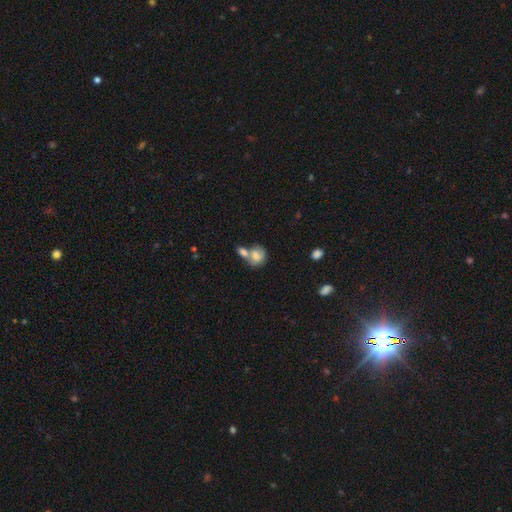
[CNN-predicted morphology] Smooth or featured? smooth (75%)
How rounded? round (56%)
Merging? merger (54%)